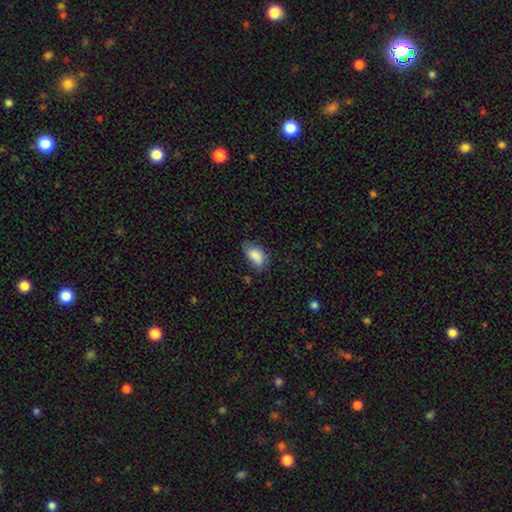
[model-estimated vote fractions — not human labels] A smooth galaxy with no disk features (85%) that is in between round and cigar-shaped (92%). Merging: none (51%).